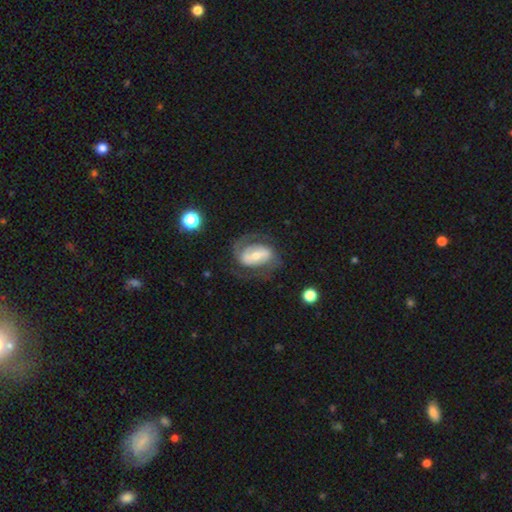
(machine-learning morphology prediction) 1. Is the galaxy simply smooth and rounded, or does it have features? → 79% featured or disk, 15% smooth, 6% star or artifact.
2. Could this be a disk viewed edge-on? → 96% no, 4% yes.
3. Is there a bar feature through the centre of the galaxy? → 48% strong, 35% weak, 18% no.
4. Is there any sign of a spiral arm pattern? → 86% yes, 14% no.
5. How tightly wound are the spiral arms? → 48% medium, 32% tight, 20% loose.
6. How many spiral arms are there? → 81% 2, 9% can't tell, 6% 1, 2% 3, 1% 4, 1% more than 4.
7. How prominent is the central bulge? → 49% moderate, 42% small, 6% large, 2% none, 1% dominant.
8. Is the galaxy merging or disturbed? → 63% none, 18% major disturbance, 17% minor disturbance, 2% merger.